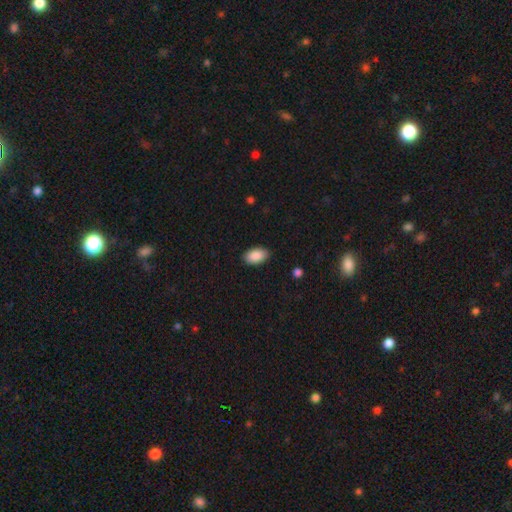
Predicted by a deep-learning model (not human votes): Smooth or featured? smooth (89%)
How rounded? in between (94%)
Merging? none (87%)